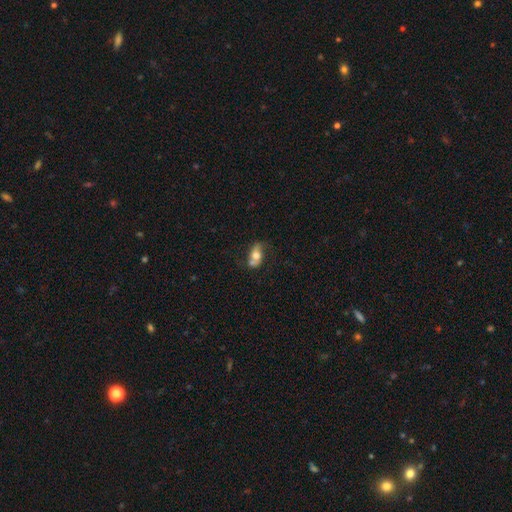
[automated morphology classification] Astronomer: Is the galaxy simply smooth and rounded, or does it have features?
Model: smooth — 51% (runner-up: featured or disk, 40%).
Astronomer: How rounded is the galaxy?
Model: in between — 81%.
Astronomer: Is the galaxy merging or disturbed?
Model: none — 43% (runner-up: merger, 24%).